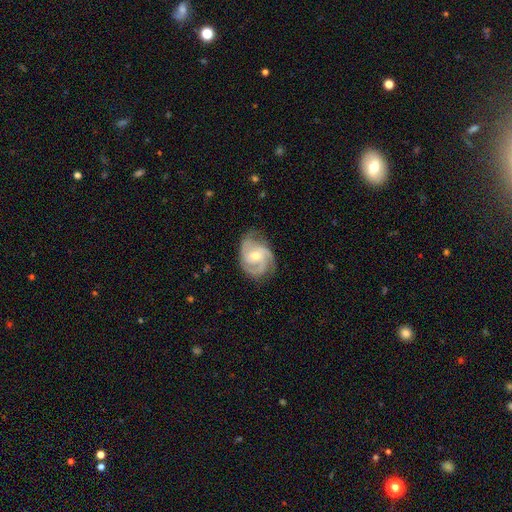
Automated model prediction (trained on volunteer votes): This appears to be a featured or disk galaxy (86%) with no bar (60%), 3 (59%) tight (45%, tied with medium) spiral arms (97%) and a moderate central bulge (54%). Merging: none (69%).